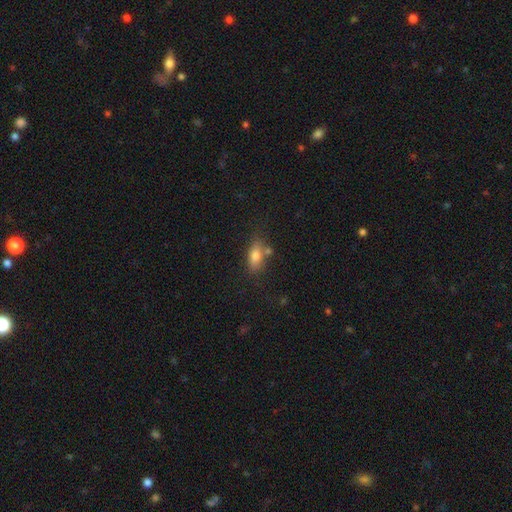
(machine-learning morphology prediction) type=smooth (76%); roundness=in between (80%); merging=none (63%).